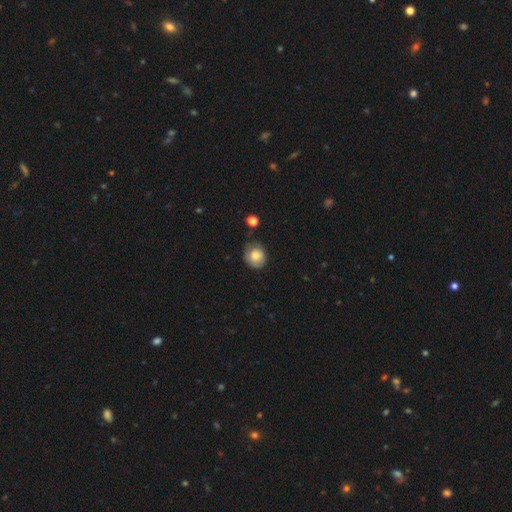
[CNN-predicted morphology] This appears to be a smooth galaxy with no disk features (76%) that is round (85%). Merging: none (67%).